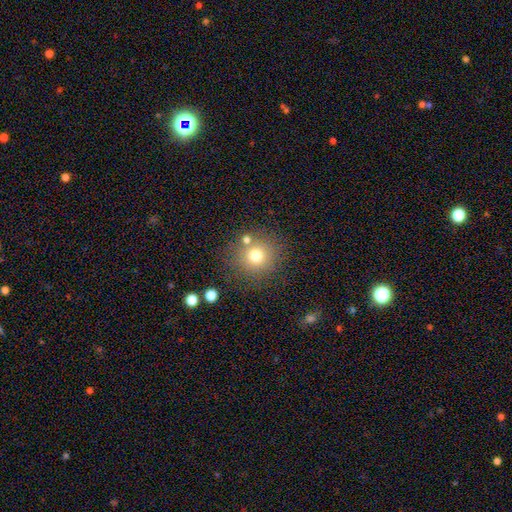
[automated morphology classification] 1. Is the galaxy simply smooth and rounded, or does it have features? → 75% smooth, 14% star or artifact, 11% featured or disk.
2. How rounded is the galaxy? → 92% round, 7% in between, 1% cigar-shaped.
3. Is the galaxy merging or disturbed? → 78% none, 10% minor disturbance, 8% merger, 4% major disturbance.